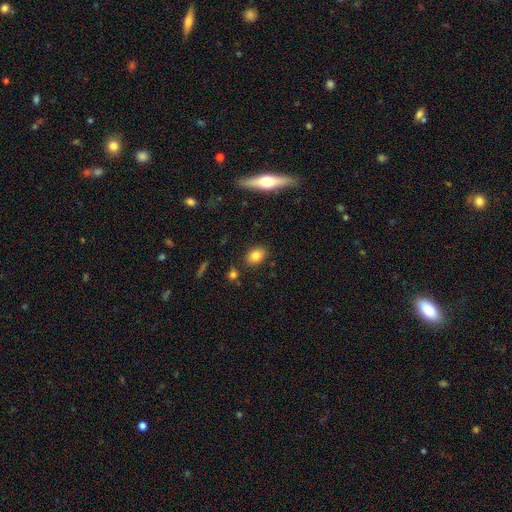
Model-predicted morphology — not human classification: The model was most divided on "how rounded": in between: 69%, round: 29%, cigar-shaped: 2%. More confident: merging — none (86%); smooth or featured — smooth (83%).